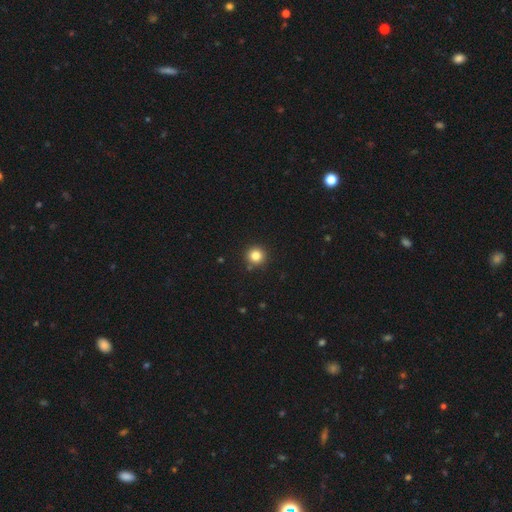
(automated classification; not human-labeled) Smooth or featured?
  - smooth: 83% *
  - star or artifact: 12%
  - featured or disk: 5%
How rounded?
  - round: 95% *
  - in between: 4%
  - cigar-shaped: 1%
Merging?
  - none: 90% *
  - minor disturbance: 6%
  - merger: 2%
  - major disturbance: 2%